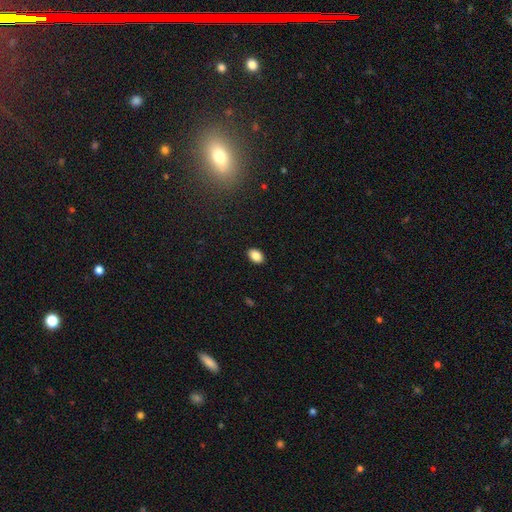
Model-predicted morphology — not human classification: Overall: smooth (87%). How rounded: in between (87%). Merging: none (90%).